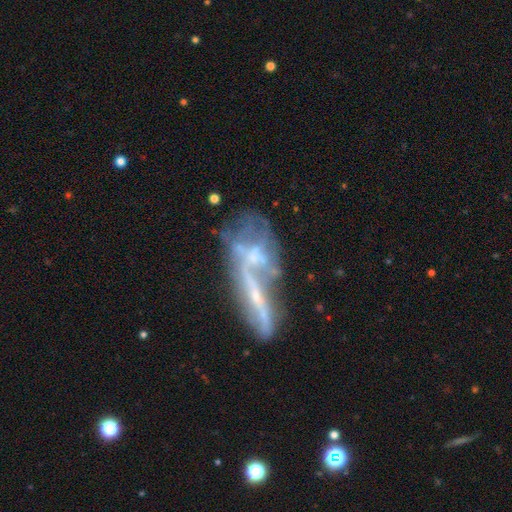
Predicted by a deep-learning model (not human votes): Morphology: type=featured or disk (65%); edge-on=no (83%); bar=no (61%); spiral arms=no (65%); bulge=none (45%); merging=none (33%).